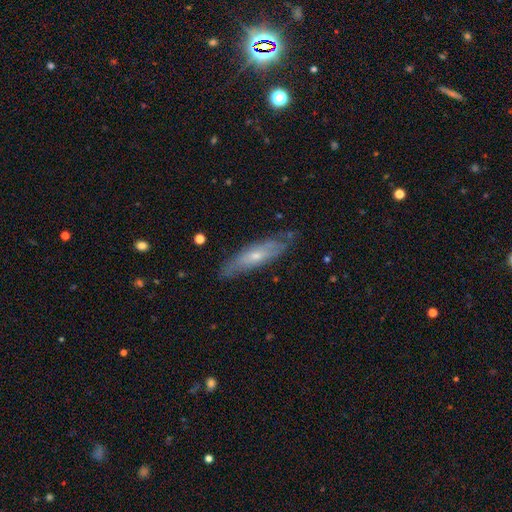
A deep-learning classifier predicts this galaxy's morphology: This is possibly a featured or disk galaxy (57%). It is possibly not viewed edge-on (52%). Merging: likely none (75%).